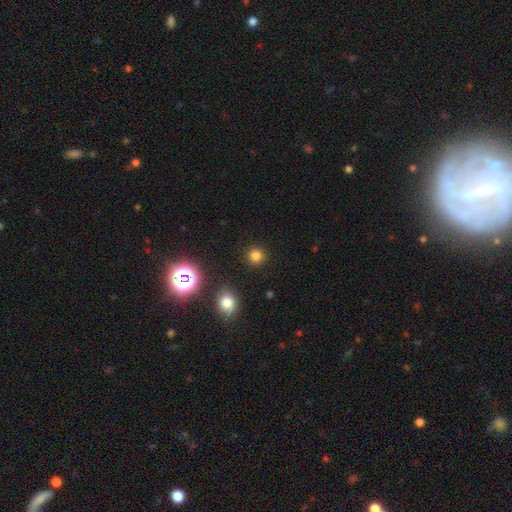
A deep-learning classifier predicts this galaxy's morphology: type=smooth (79%); roundness=round (93%); merging=none (91%).